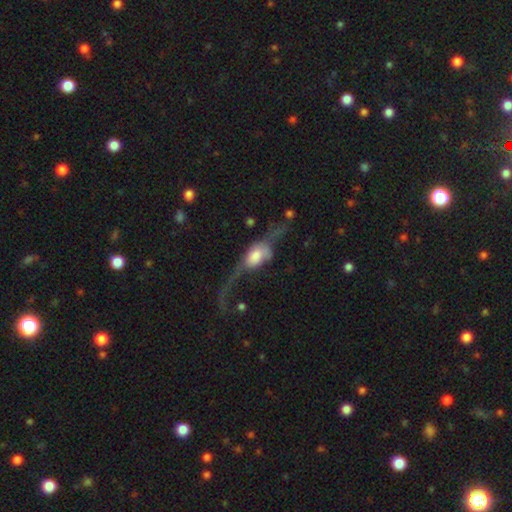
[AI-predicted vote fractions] Smooth or featured: featured or disk — 47% (smooth — 45%)
Merging: major disturbance — 60% (none — 17%)